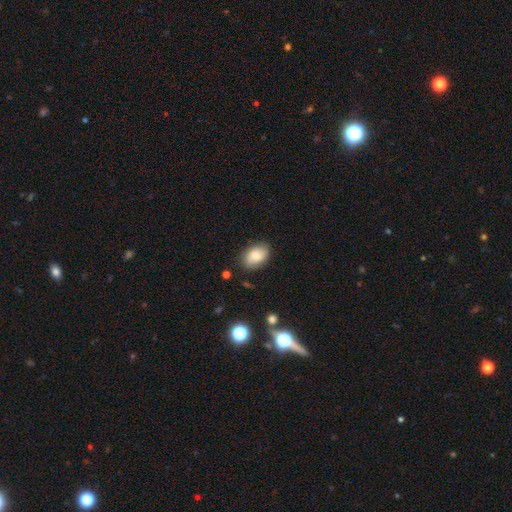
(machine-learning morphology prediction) This is likely a smooth galaxy (80%). How rounded: clearly in between (88%). Merging: clearly none (81%).